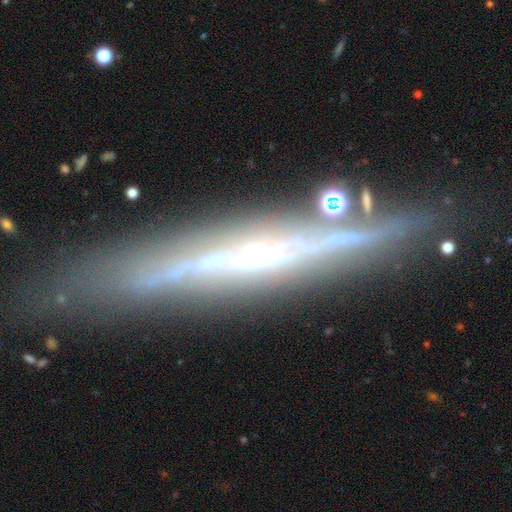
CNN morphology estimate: Smooth or featured? featured or disk (78%)
Edge-on disk? yes (92%)
Edge-on bulge? none (50%)
Merging? none (82%)